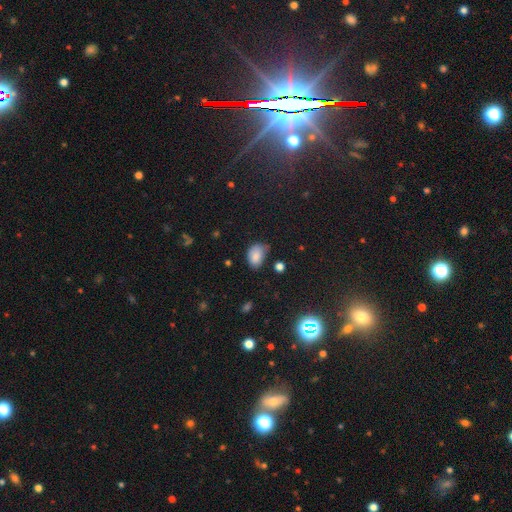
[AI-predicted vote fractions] Smooth or featured? Predicted: smooth (p=0.82). How rounded? Predicted: in between (p=0.82). Merging? Predicted: none (p=0.48).